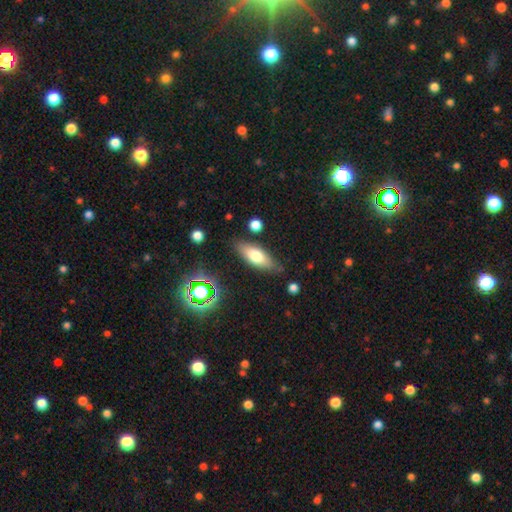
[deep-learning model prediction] smooth-or-featured: smooth: 68% | featured or disk: 24% | star or artifact: 8%
  how-rounded: in between: 72% | cigar-shaped: 26% | round: 3%
  merging: none: 80% | minor disturbance: 14% | major disturbance: 3% | merger: 3%